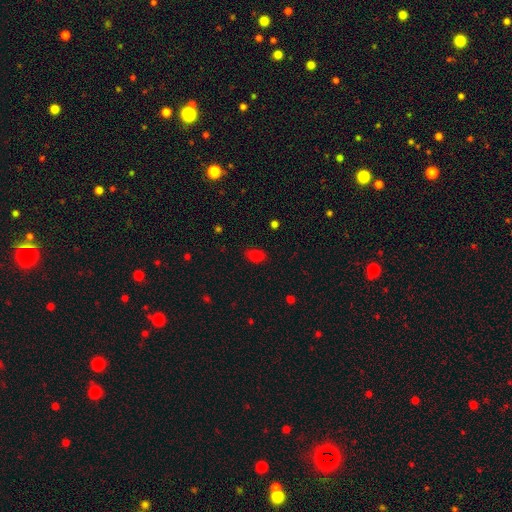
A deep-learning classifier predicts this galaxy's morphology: smooth 79%, star or artifact 16%, featured or disk 5%. Down the decision tree: how rounded — in between (83%); merging — none (81%).